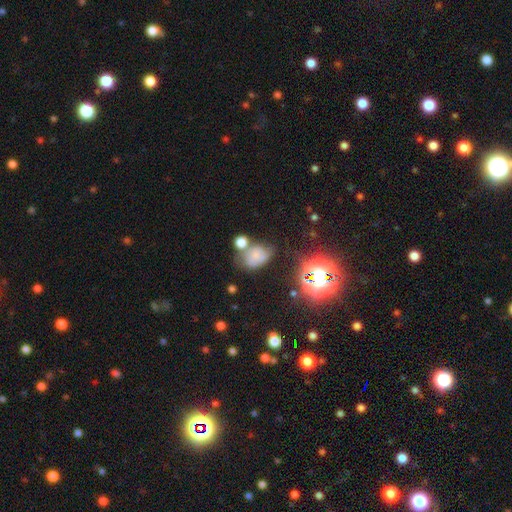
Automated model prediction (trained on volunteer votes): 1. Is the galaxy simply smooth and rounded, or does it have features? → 52% smooth, 26% featured or disk, 22% star or artifact.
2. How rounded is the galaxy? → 58% in between, 41% round, 1% cigar-shaped.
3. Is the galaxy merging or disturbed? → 40% none, 24% minor disturbance, 23% merger, 13% major disturbance.